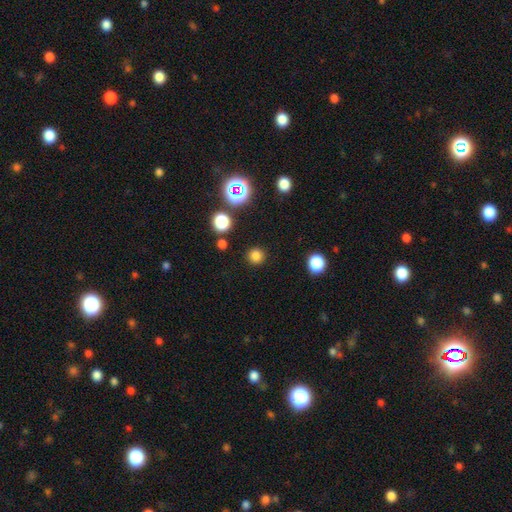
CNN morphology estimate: Smooth or featured: smooth — 78% (star or artifact — 17%)
How rounded: round — 93% (in between — 6%)
Merging: none — 90% (minor disturbance — 6%)